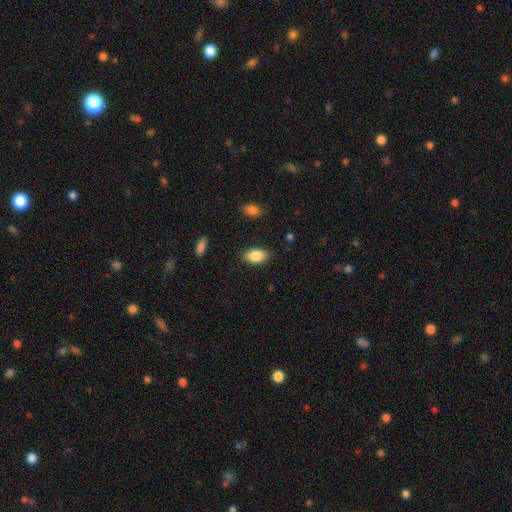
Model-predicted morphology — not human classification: This is clearly a smooth galaxy (87%). How rounded: clearly in between (92%). Merging: clearly none (86%).